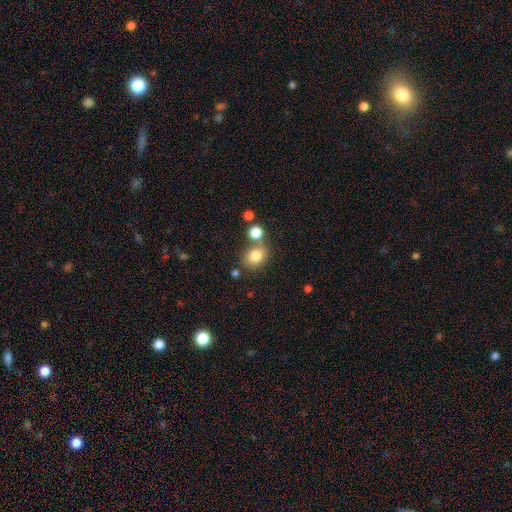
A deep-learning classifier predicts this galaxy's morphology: smooth 80%, star or artifact 11%, featured or disk 8%. Down the decision tree: how rounded — round (67%); merging — none (65%).